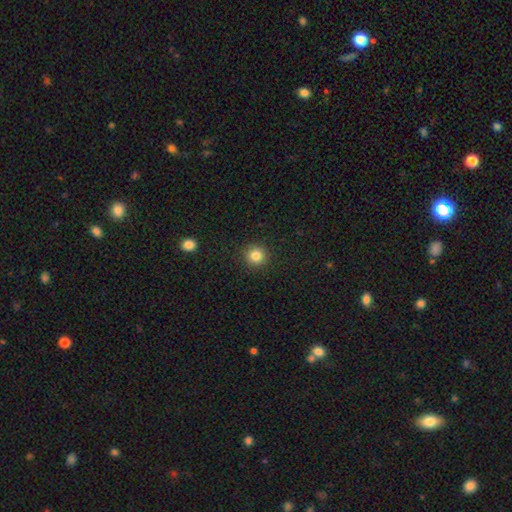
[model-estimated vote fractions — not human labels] This appears to be a smooth galaxy with no disk features (83%) that is round (95%). Merging: none (92%).